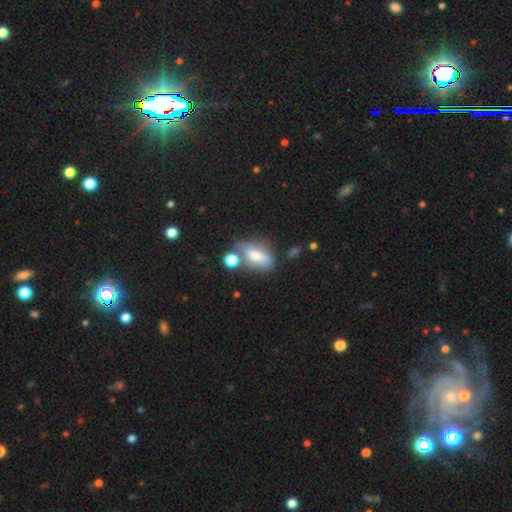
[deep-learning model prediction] Smooth or featured? Predicted: smooth (p=0.53). How rounded? Predicted: in between (p=0.73). Merging? Predicted: none (p=0.50).